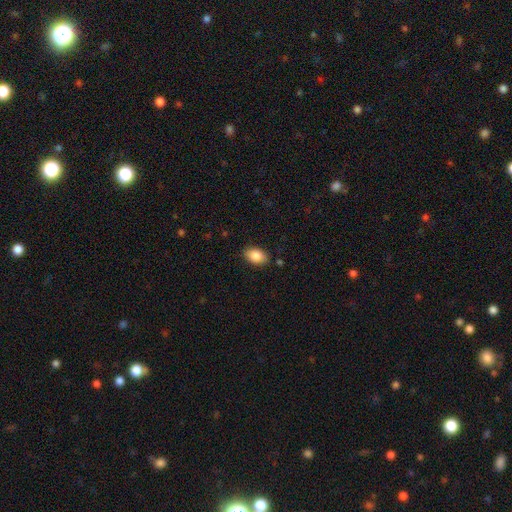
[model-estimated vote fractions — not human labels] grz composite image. It shows a smooth galaxy with no disk features (87%) that is in between round and cigar-shaped (88%). Merging: none (86%).